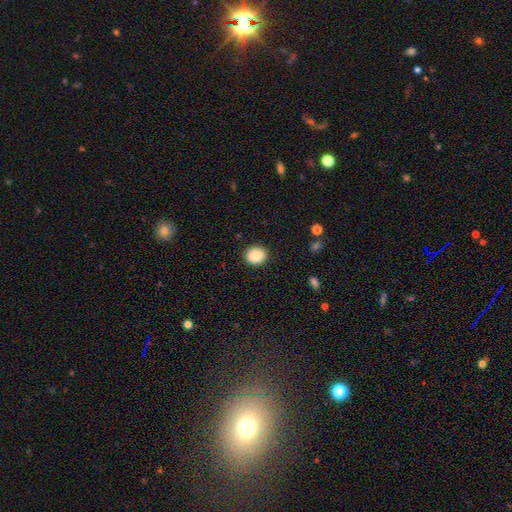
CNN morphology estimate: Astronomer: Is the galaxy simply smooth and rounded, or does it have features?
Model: smooth — 89%.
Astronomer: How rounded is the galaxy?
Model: round — 71%.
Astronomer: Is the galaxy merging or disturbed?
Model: none — 90%.